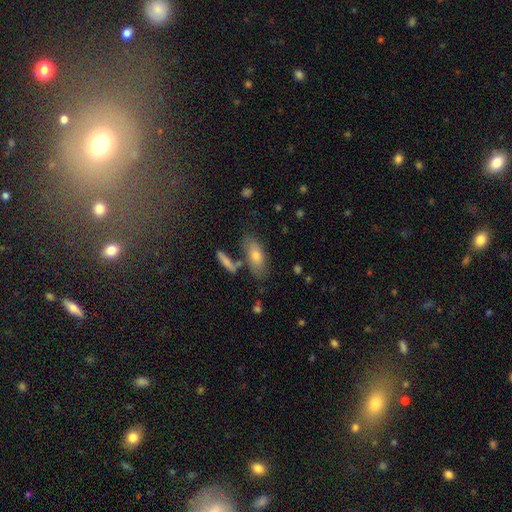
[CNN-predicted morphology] Smooth or featured?
  - smooth: 71% *
  - featured or disk: 21%
  - star or artifact: 8%
How rounded?
  - in between: 77% *
  - cigar-shaped: 20%
  - round: 4%
Merging?
  - none: 65% *
  - minor disturbance: 16%
  - merger: 14%
  - major disturbance: 5%